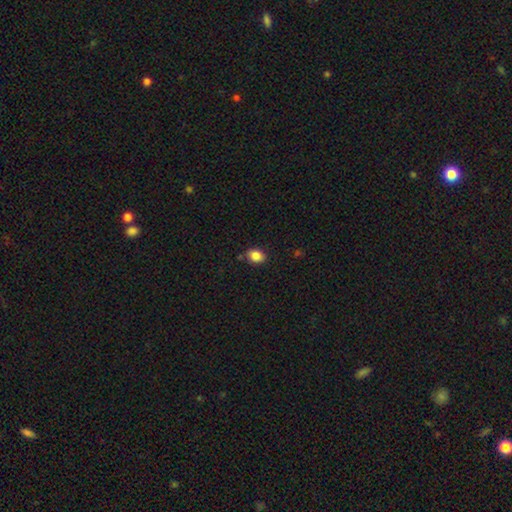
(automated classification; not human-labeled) This appears to be a smooth galaxy with no disk features (86%) that is in between round and cigar-shaped (67%). Merging: none (79%).